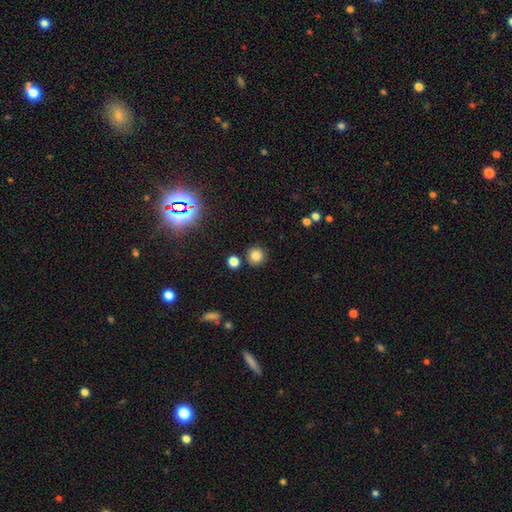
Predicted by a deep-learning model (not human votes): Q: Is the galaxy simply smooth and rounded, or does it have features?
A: smooth — 82%.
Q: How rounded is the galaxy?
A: round — 93%.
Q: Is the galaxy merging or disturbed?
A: none — 84%.